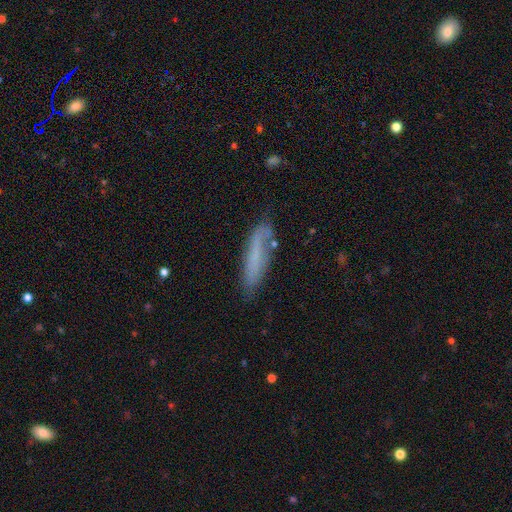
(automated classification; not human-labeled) Smooth or featured? smooth (60%)
How rounded? cigar-shaped (77%)
Merging? none (65%)